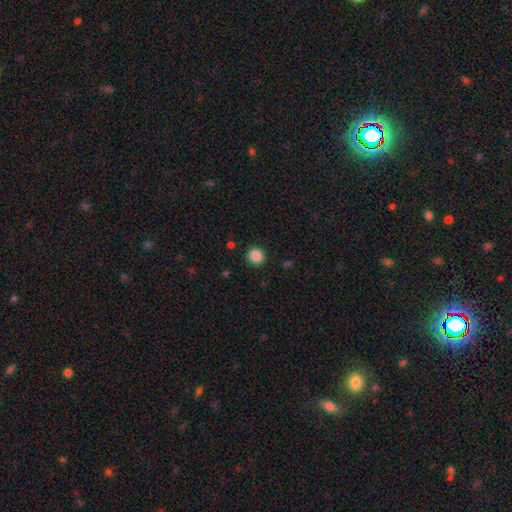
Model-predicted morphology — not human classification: This appears to be a smooth galaxy with no disk features (87%) that is round (90%). Merging: none (91%).